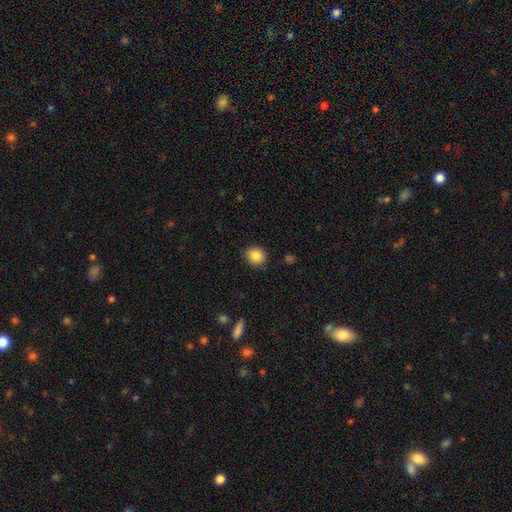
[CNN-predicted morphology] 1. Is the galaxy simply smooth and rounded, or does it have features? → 86% smooth, 9% star or artifact, 5% featured or disk.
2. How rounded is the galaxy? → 78% round, 21% in between, 1% cigar-shaped.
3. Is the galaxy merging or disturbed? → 88% none, 9% minor disturbance, 2% major disturbance, 1% merger.